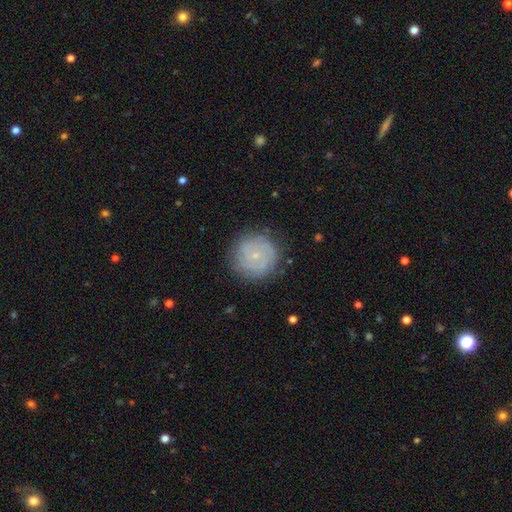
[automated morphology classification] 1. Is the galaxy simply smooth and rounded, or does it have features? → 60% featured or disk, 31% smooth, 9% star or artifact.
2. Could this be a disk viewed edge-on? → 98% no, 2% yes.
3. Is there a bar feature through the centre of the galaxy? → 80% no, 17% weak, 3% strong.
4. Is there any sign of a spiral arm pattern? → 82% yes, 18% no.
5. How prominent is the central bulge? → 84% small, 11% moderate, 3% none, 1% large, 1% dominant.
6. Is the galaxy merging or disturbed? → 82% none, 12% minor disturbance, 4% major disturbance, 1% merger.